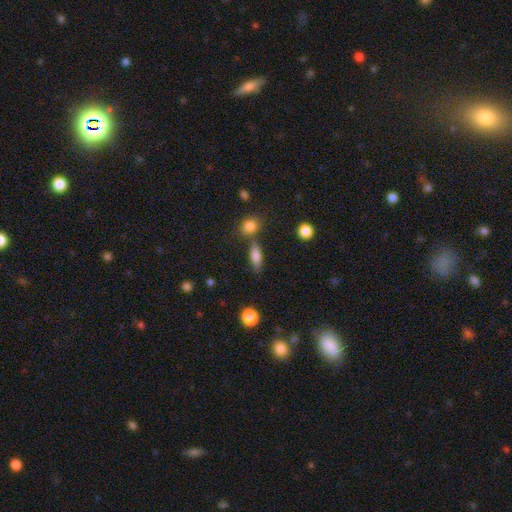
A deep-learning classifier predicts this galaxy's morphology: A smooth galaxy with no disk features (80%) that is in between round and cigar-shaped (71%).

Vote fractions:
- Smooth or featured? smooth: 80% / featured or disk: 11% / star or artifact: 9%
- How rounded? in between: 71% / cigar-shaped: 23% / round: 6%
- Merging? none: 63% / merger: 18% / minor disturbance: 14% / major disturbance: 5%